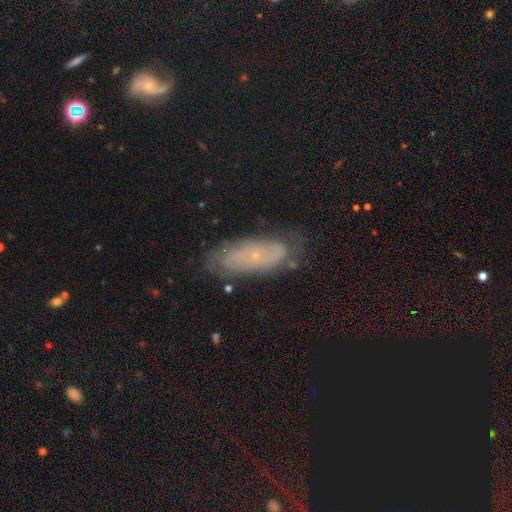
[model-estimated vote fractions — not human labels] Overall: featured or disk (49%; star or artifact 26%). Merging: none (76%).